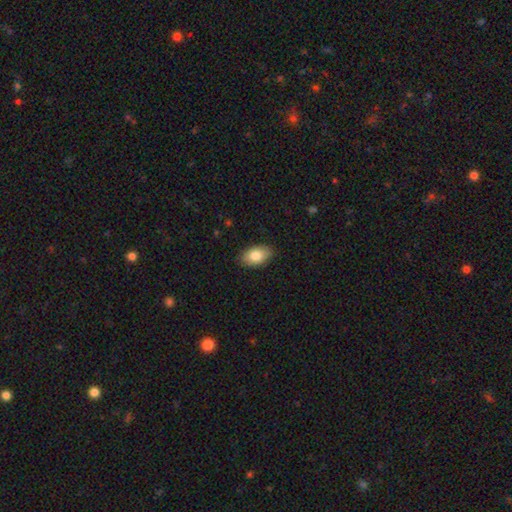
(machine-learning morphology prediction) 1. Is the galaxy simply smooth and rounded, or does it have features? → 83% smooth, 10% featured or disk, 7% star or artifact.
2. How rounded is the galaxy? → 93% in between, 6% round, 2% cigar-shaped.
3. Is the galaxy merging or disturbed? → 87% none, 10% minor disturbance, 2% major disturbance, 1% merger.